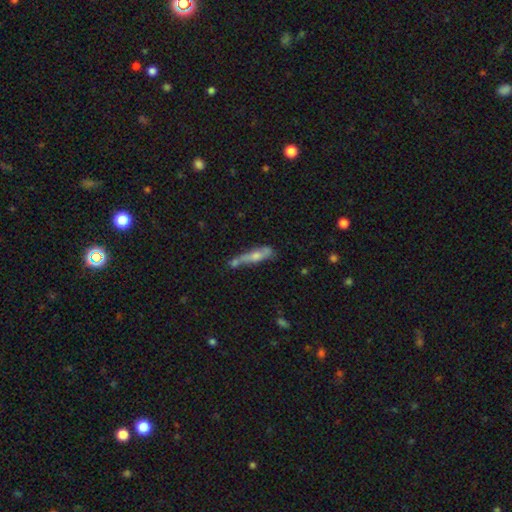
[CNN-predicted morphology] smooth_or_featured: smooth (p=0.53) [alt: featured or disk p=0.39]
how_rounded: cigar-shaped (p=0.71) [alt: in between p=0.26]
merging: none (p=0.35) [alt: merger p=0.32]